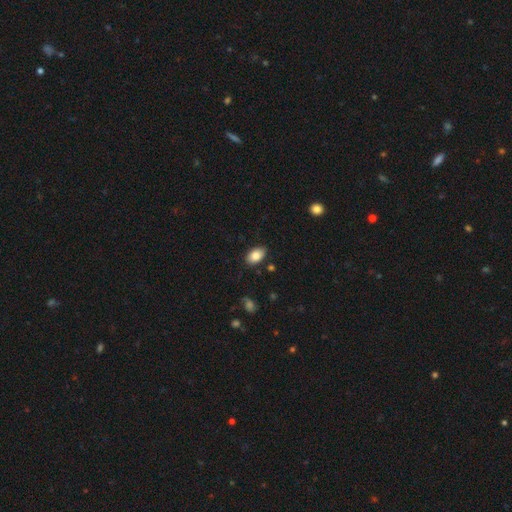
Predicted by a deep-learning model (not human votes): smooth-or-featured: smooth: 86% | star or artifact: 8% | featured or disk: 6%
  how-rounded: in between: 90% | round: 9% | cigar-shaped: 1%
  merging: none: 85% | minor disturbance: 11% | major disturbance: 3% | merger: 2%